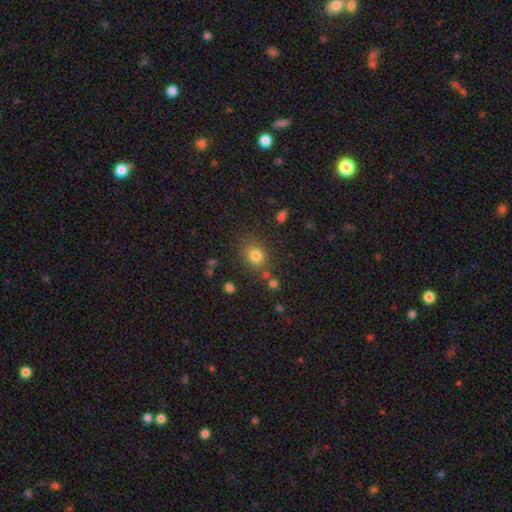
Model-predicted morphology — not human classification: type=smooth (78%); roundness=round (69%); merging=none (79%).